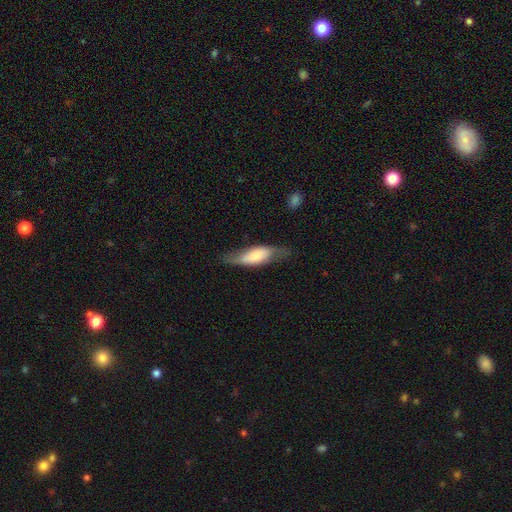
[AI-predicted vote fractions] smooth-or-featured: smooth: 56% | featured or disk: 38% | star or artifact: 6%
  how-rounded: in between: 58% | cigar-shaped: 40% | round: 2%
  merging: none: 62% | minor disturbance: 25% | major disturbance: 10% | merger: 2%